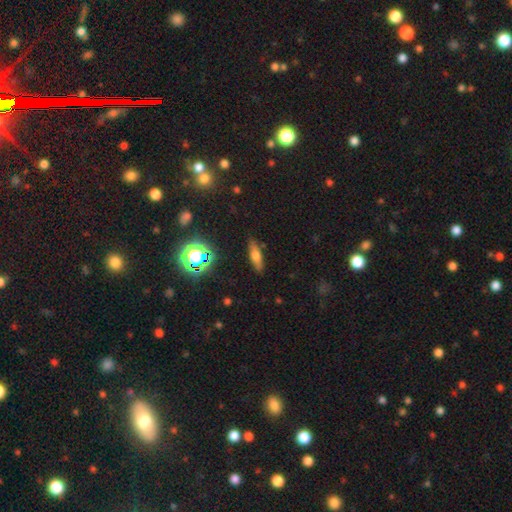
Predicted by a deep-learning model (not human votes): smooth-or-featured: smooth: 53% | featured or disk: 32% | star or artifact: 14%
  how-rounded: cigar-shaped: 57% | in between: 38% | round: 5%
  merging: none: 86% | minor disturbance: 10% | major disturbance: 2% | merger: 2%